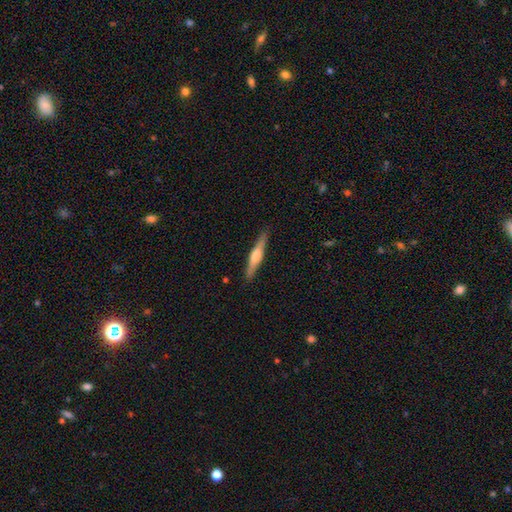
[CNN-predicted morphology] Overall: featured or disk (58%; smooth 36%). Edge-on disk: yes (97%). Edge-on bulge: rounded (83%). Merging: none (90%).